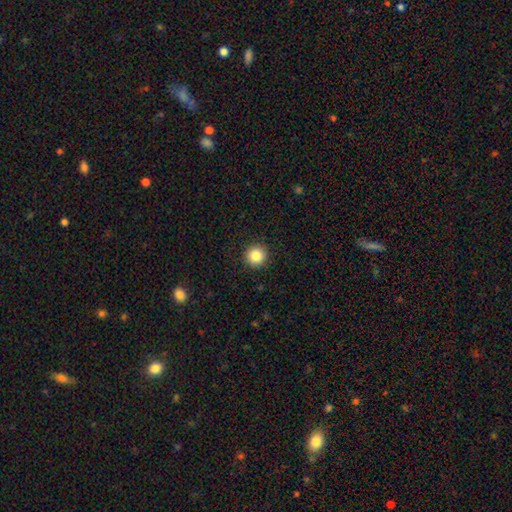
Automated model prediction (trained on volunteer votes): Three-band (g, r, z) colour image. It shows a smooth galaxy with no disk features (85%) that is round (96%). Merging: none (92%).